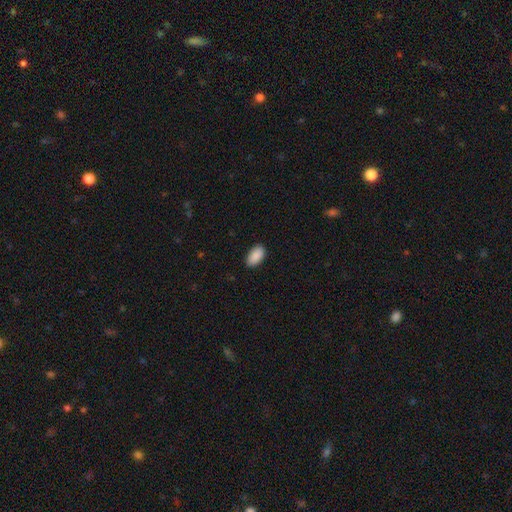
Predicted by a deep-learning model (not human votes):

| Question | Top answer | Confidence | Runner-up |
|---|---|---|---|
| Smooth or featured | smooth | 91% | star or artifact (6%) |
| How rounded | in between | 95% | round (3%) |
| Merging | none | 88% | minor disturbance (9%) |